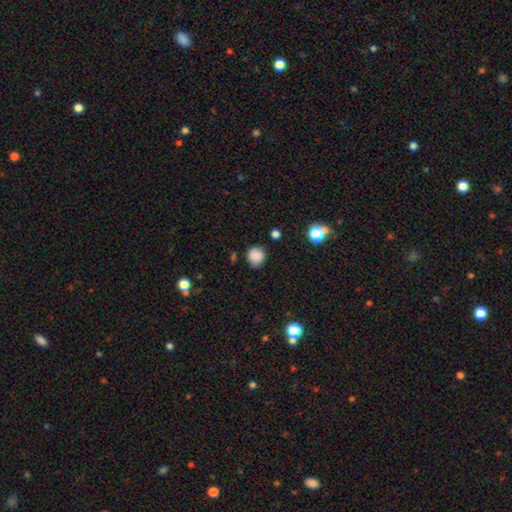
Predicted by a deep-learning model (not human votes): A smooth galaxy with no disk features (86%) that is round (90%). Merging: none (84%).